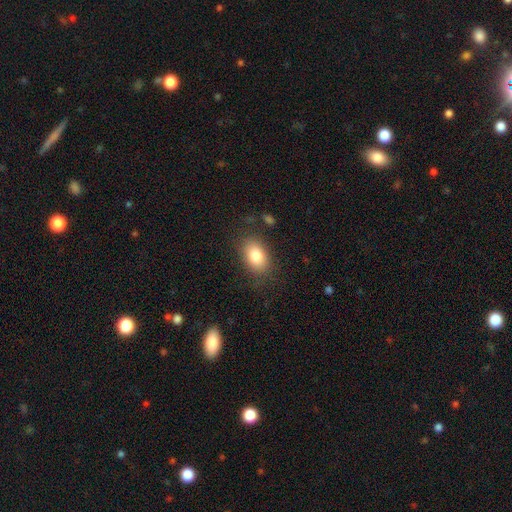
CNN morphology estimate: smooth-or-featured: smooth: 83% | featured or disk: 9% | star or artifact: 8%
  how-rounded: in between: 86% | round: 12% | cigar-shaped: 1%
  merging: none: 81% | minor disturbance: 13% | major disturbance: 5% | merger: 2%